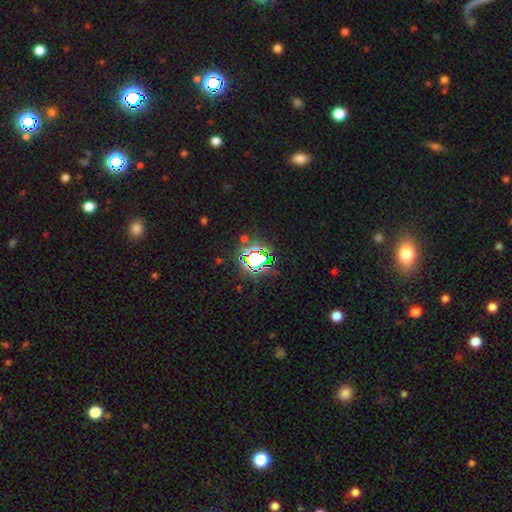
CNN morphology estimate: Smooth or featured? Predicted: star or artifact (p=0.68).